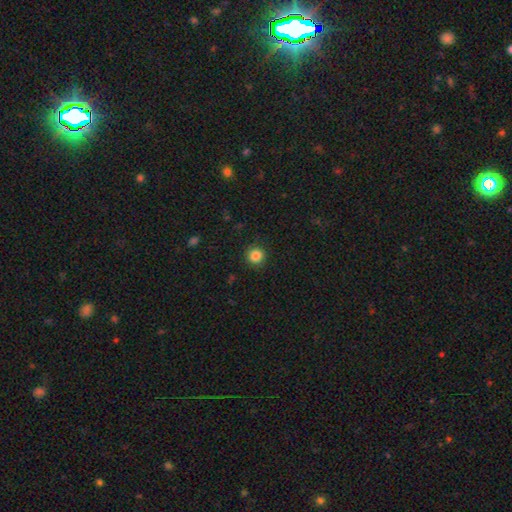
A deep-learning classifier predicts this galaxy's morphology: smooth-or-featured: smooth: 85% | star or artifact: 11% | featured or disk: 4%
  how-rounded: round: 93% | in between: 6% | cigar-shaped: 1%
  merging: none: 90% | minor disturbance: 7% | major disturbance: 2% | merger: 1%